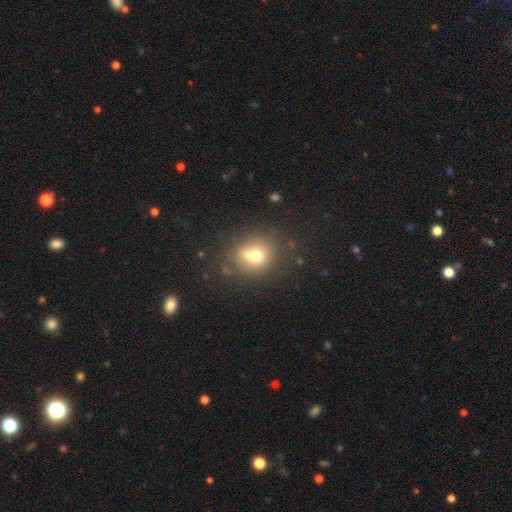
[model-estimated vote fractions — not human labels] This is likely a smooth galaxy (64%). How rounded: likely round (72%). Merging: possibly none (47%).